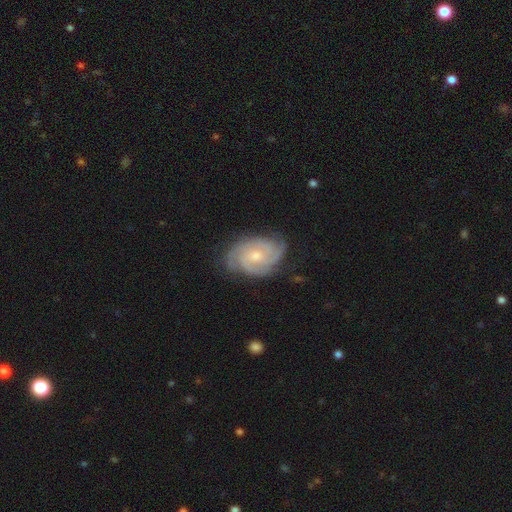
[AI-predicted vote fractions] Smooth or featured?
  - featured or disk: 85% *
  - smooth: 10%
  - star or artifact: 5%
Edge-on disk?
  - no: 97% *
  - yes: 3%
Bar?
  - no: 66% *
  - weak: 30%
  - strong: 4%
Spiral arms?
  - yes: 97% *
  - no: 3%
Spiral winding?
  - tight: 67% *
  - medium: 28%
  - loose: 5%
Spiral arm count?
  - 3: 35% *
  - 2: 21%
  - can't tell: 20%
  - 4: 14%
  - more than 4: 5%
  - 1: 5%
Bulge size?
  - moderate: 53% *
  - small: 42%
  - none: 2%
  - large: 2%
  - dominant: 1%
Merging?
  - none: 75% *
  - minor disturbance: 19%
  - major disturbance: 5%
  - merger: 1%